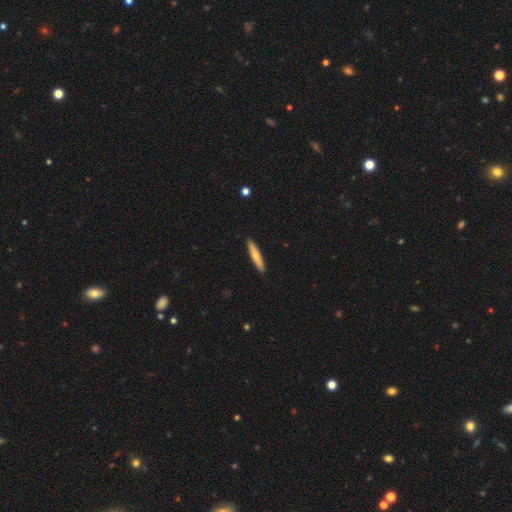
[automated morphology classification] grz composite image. It shows a smooth galaxy with no disk features (59%) that is cigar-shaped (90%). Merging: none (91%).